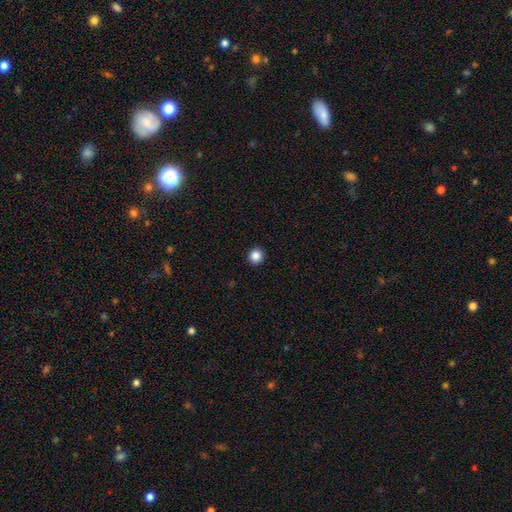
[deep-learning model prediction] This appears to be a smooth galaxy with no disk features (87%) that is round (93%). Merging: none (94%).